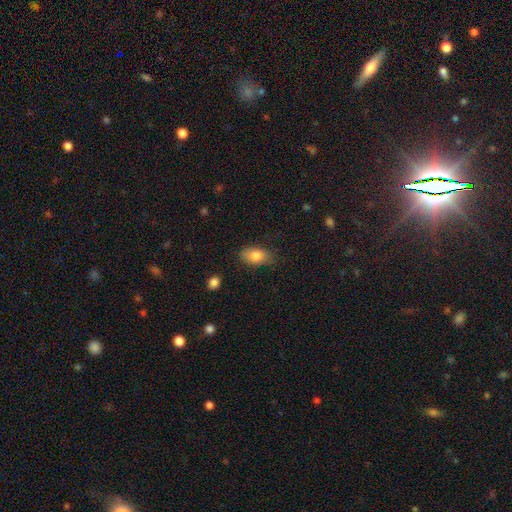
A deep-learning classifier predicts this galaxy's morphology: A smooth galaxy with no disk features (81%) that is in between round and cigar-shaped (90%). Merging: none (78%).